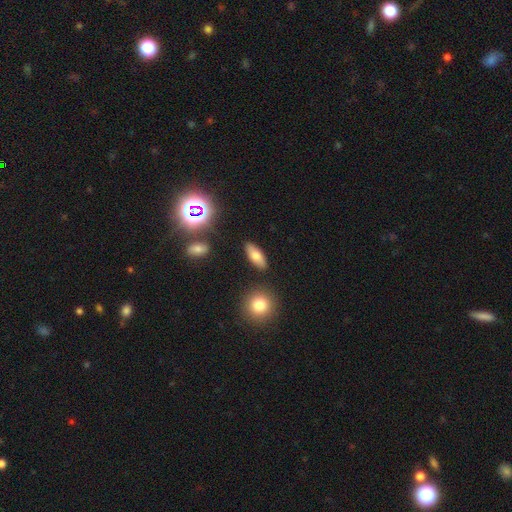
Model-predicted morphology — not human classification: type=smooth (72%); roundness=in between (76%); merging=none (86%).